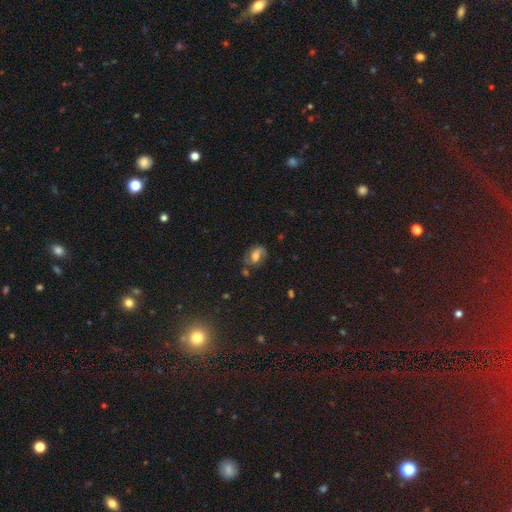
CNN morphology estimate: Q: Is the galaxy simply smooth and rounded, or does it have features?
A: featured or disk — 52%.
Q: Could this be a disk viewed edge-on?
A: no — 95%.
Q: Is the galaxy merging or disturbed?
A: none — 60%.